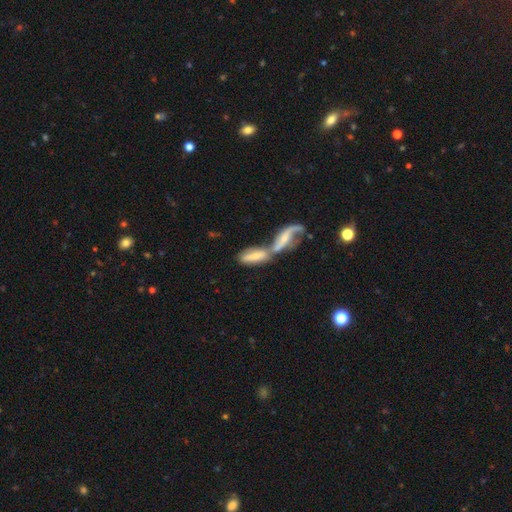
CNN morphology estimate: Smooth or featured: featured or disk — 54% (smooth — 37%)
Edge-on disk: no — 80% (yes — 20%)
Merging: merger — 75% (none — 14%)